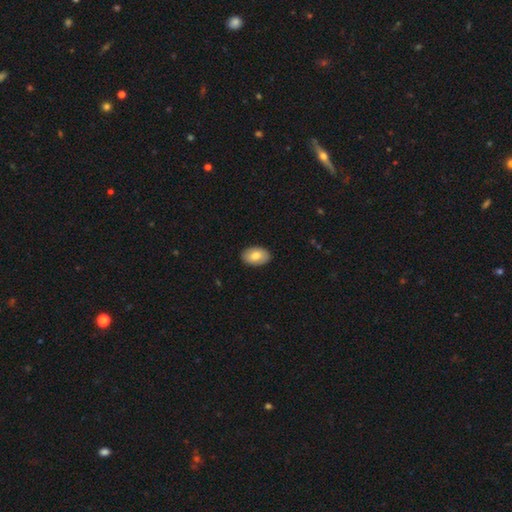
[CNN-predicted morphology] type=smooth (78%); roundness=in between (90%); merging=none (90%).